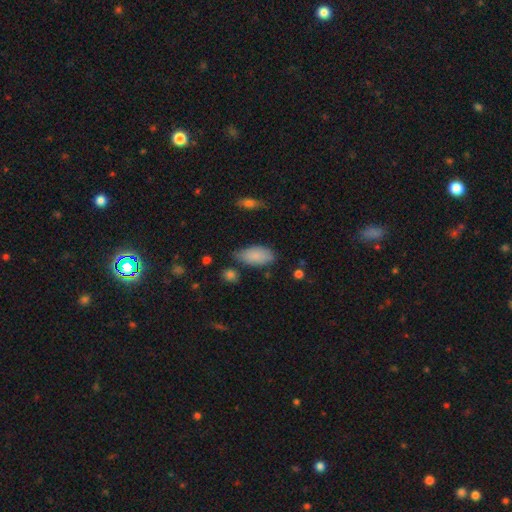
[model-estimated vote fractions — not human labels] Morphology: type=smooth (85%); roundness=in between (92%); merging=none (65%).